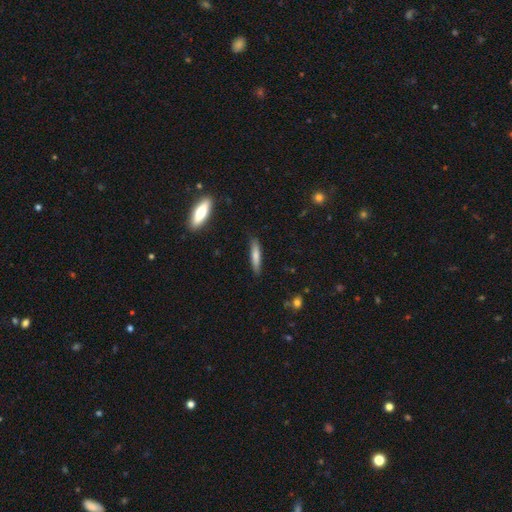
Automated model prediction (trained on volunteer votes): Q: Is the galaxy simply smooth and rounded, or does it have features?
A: smooth — 73%.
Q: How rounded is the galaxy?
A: cigar-shaped — 87%.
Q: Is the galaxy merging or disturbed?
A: none — 86%.